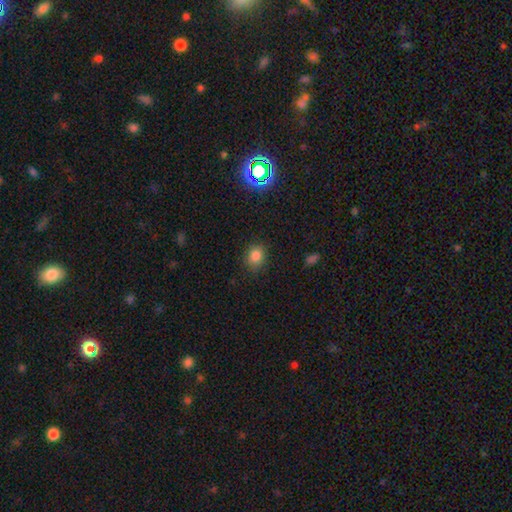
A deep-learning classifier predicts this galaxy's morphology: smooth 83%, star or artifact 12%, featured or disk 5%. Down the decision tree: how rounded — round (59%); merging — none (84%).